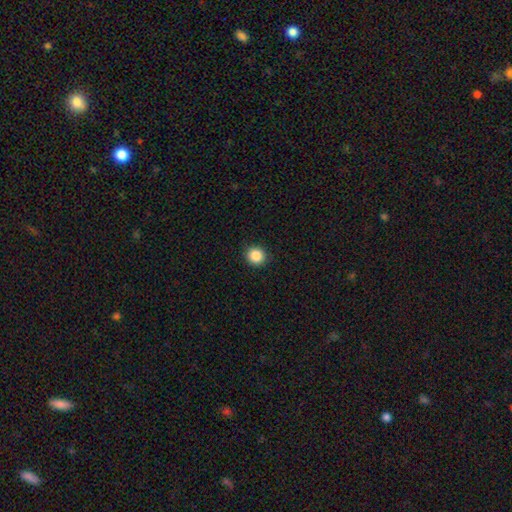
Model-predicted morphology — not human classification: Smooth or featured?
  - smooth: 87% *
  - star or artifact: 10%
  - featured or disk: 3%
How rounded?
  - round: 91% *
  - in between: 8%
  - cigar-shaped: 1%
Merging?
  - none: 91% *
  - minor disturbance: 6%
  - major disturbance: 2%
  - merger: 1%